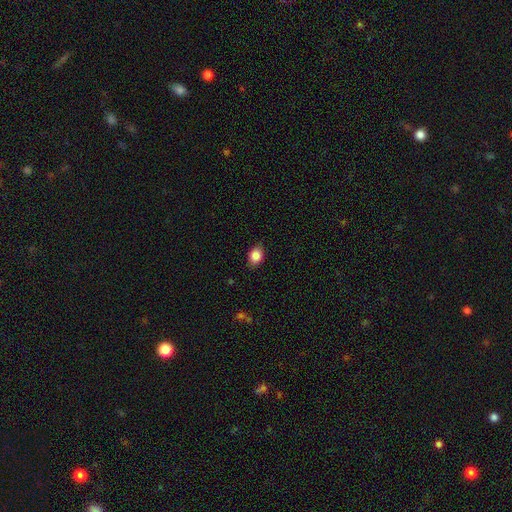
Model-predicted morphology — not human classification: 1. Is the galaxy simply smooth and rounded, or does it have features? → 85% smooth, 9% star or artifact, 7% featured or disk.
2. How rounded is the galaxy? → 64% in between, 35% round, 1% cigar-shaped.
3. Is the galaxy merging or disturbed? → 82% none, 14% minor disturbance, 3% major disturbance, 1% merger.